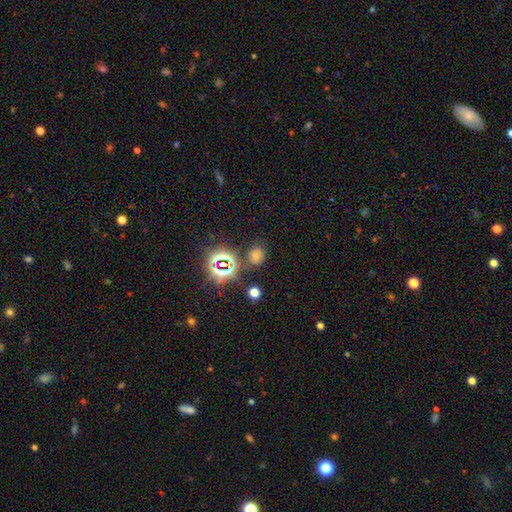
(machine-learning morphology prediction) Smooth or featured: smooth — 56% (star or artifact — 36%)
How rounded: round — 67% (in between — 32%)
Merging: none — 78% (minor disturbance — 12%)